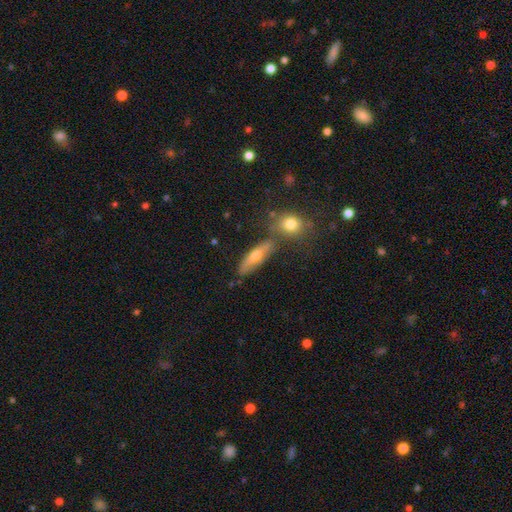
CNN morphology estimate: The model was most divided on "smooth or featured": smooth: 48%, featured or disk: 42%, star or artifact: 10%. More confident: merging — none (65%).